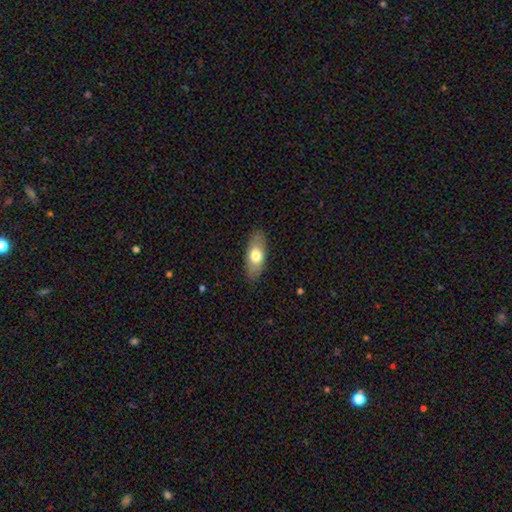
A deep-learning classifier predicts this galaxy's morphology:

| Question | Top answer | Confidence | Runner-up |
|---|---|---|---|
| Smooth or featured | smooth | 70% | featured or disk (24%) |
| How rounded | in between | 84% | cigar-shaped (13%) |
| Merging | none | 86% | minor disturbance (10%) |